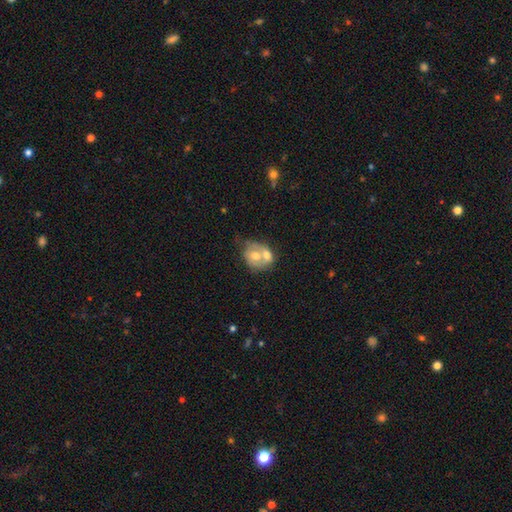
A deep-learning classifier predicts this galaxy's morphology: The model was most divided on "smooth or featured": smooth: 53%, featured or disk: 40%, star or artifact: 7%. More confident: merging — merger (67%); how rounded — round (57%).